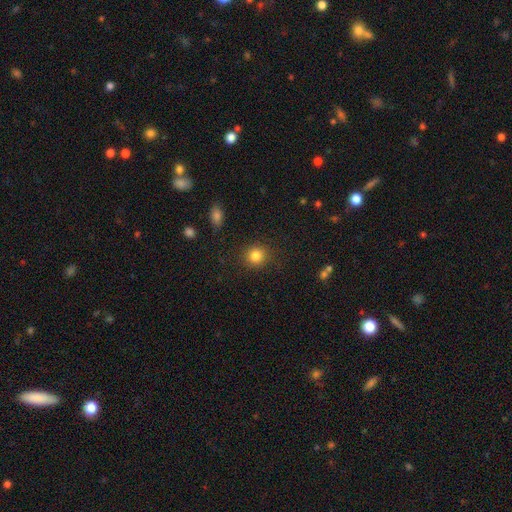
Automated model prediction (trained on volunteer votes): smooth_or_featured: smooth (p=0.84) [alt: star or artifact p=0.11]
how_rounded: round (p=0.87) [alt: in between p=0.12]
merging: none (p=0.88) [alt: minor disturbance p=0.07]